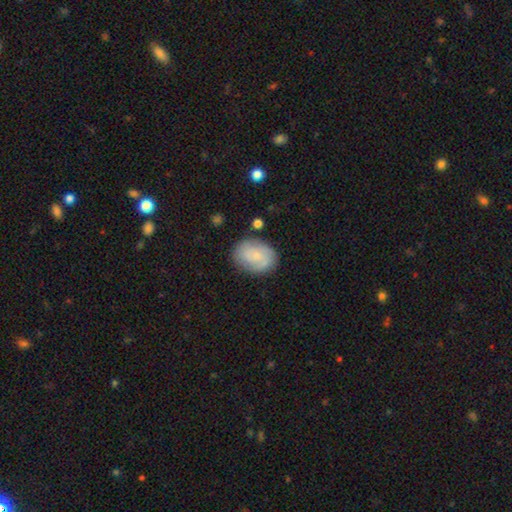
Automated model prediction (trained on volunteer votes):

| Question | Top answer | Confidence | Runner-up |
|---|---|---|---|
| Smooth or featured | smooth | 52% | featured or disk (41%) |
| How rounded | in between | 72% | round (27%) |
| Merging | none | 75% | minor disturbance (17%) |